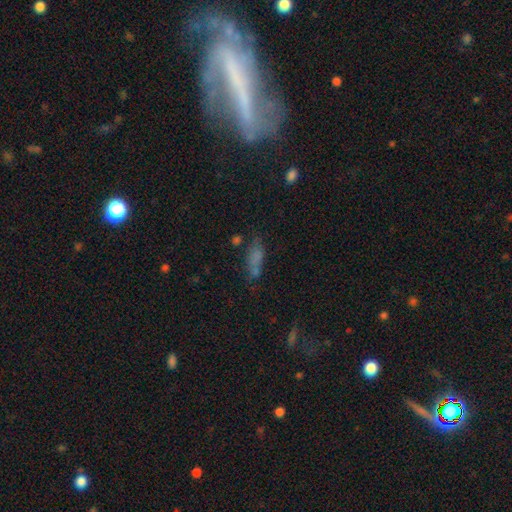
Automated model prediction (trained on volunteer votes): smooth-or-featured: smooth: 60% | star or artifact: 22% | featured or disk: 19%
  how-rounded: in between: 58% | cigar-shaped: 36% | round: 5%
  merging: none: 49% | minor disturbance: 20% | merger: 17% | major disturbance: 13%